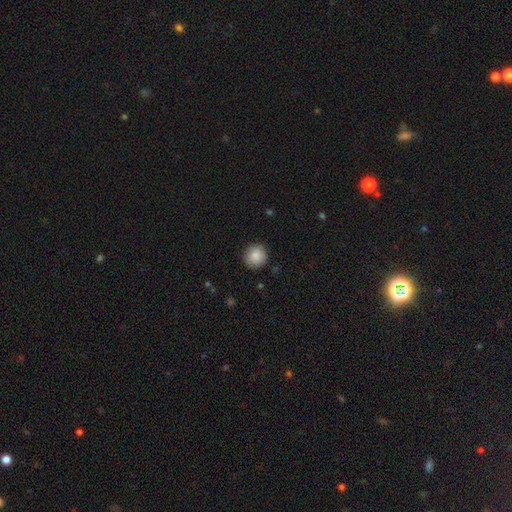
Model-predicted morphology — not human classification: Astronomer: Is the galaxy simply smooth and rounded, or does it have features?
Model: smooth — 88%.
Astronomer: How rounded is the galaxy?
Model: round — 92%.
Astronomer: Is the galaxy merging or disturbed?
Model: none — 90%.